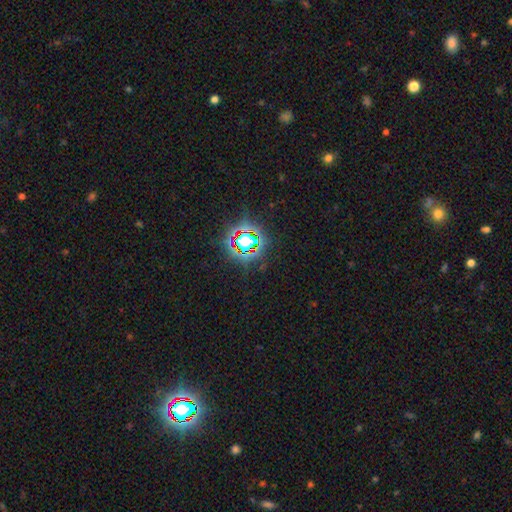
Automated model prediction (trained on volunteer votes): Smooth or featured?
  - star or artifact: 81% *
  - smooth: 11%
  - featured or disk: 8%